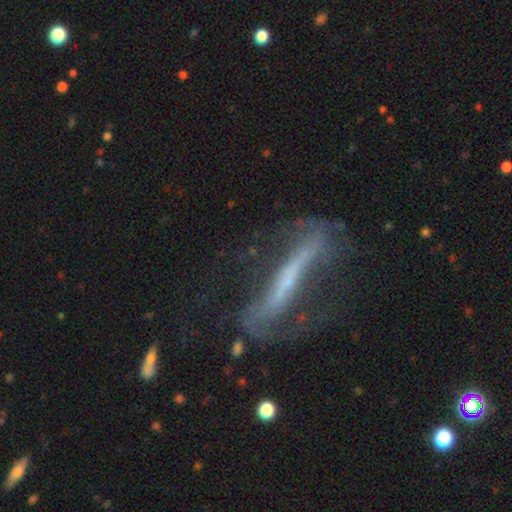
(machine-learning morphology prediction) Overall: featured or disk (76%). Edge-on disk: yes (51%; no 49%). Merging: none (57%; major disturbance 20%).